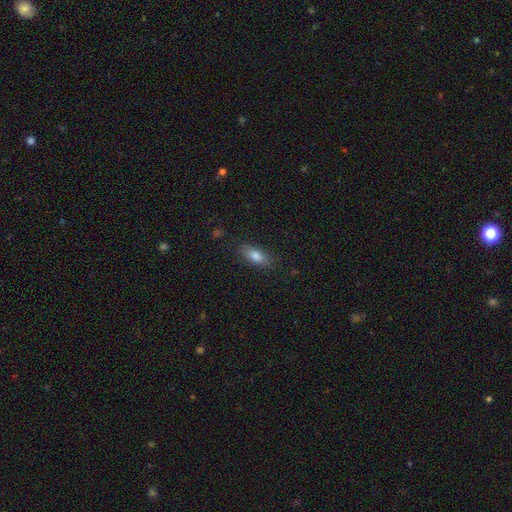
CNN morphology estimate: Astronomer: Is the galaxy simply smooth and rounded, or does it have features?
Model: smooth — 79%.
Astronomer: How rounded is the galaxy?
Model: in between — 77%.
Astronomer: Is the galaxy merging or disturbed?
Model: none — 83%.